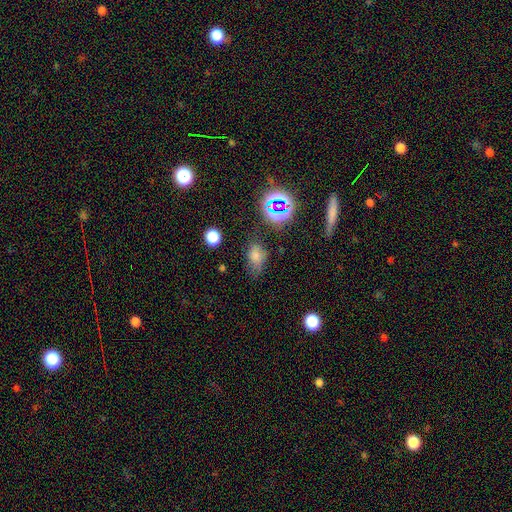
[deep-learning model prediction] This appears to be a smooth galaxy with no disk features (60%) that is in between round and cigar-shaped (76%). Merging: none (69%).